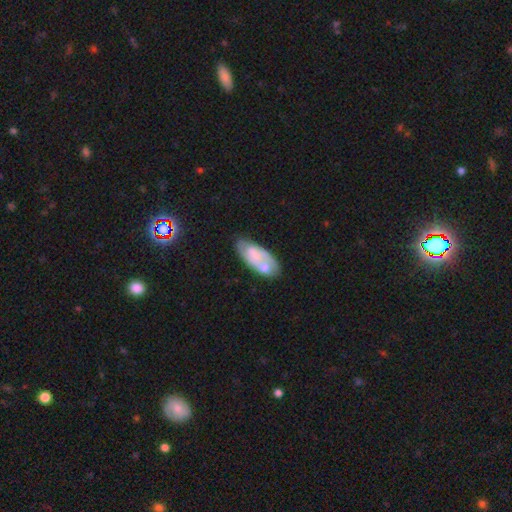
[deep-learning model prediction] featured or disk 50%, smooth 43%, star or artifact 6%. Down the decision tree: edge-on disk — no (92%); merging — none (49%).